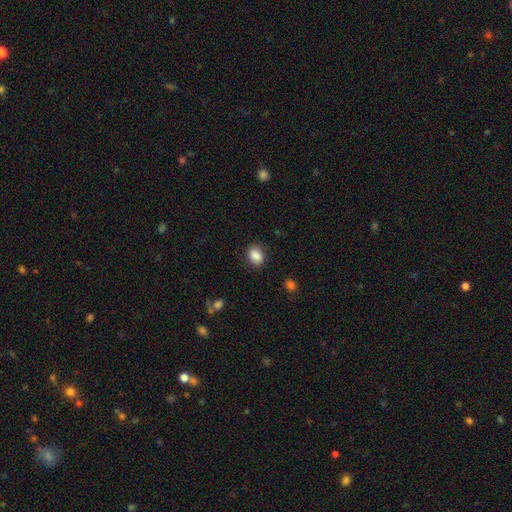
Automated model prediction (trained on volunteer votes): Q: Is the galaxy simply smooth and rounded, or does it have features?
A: smooth — 88%.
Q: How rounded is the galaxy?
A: in between — 63%.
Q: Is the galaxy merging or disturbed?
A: none — 85%.